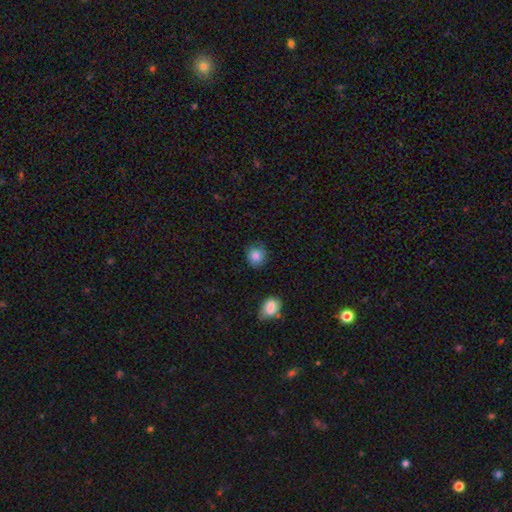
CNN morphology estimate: Smooth or featured?
  - smooth: 85% *
  - star or artifact: 9%
  - featured or disk: 6%
How rounded?
  - round: 83% *
  - in between: 16%
  - cigar-shaped: 1%
Merging?
  - none: 80% *
  - minor disturbance: 14%
  - major disturbance: 3%
  - merger: 2%